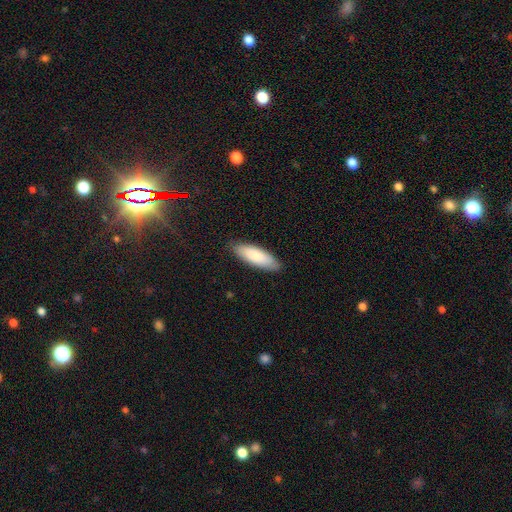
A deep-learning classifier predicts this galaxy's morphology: A smooth galaxy with no disk features (84%) that is in between round and cigar-shaped (61%). Merging: none (86%).